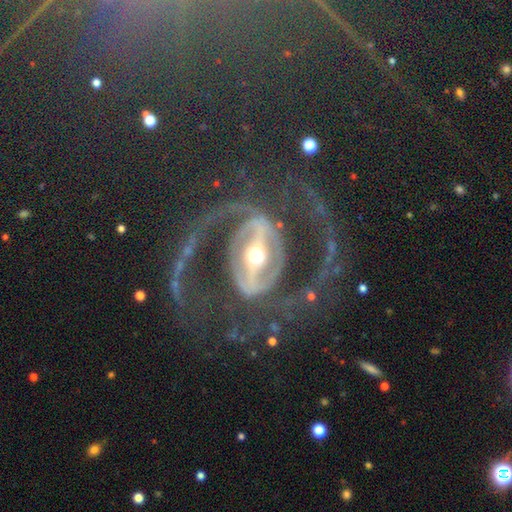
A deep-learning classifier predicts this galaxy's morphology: Smooth or featured: featured or disk — 92% (star or artifact — 5%)
Edge-on disk: no — 96% (yes — 4%)
Bar: strong — 74% (weak — 18%)
Spiral arms: yes — 95% (no — 5%)
Spiral winding: medium — 56% (loose — 26%)
Spiral arm count: 2 — 87% (3 — 4%)
Bulge size: moderate — 66% (small — 24%)
Merging: none — 68% (major disturbance — 17%)